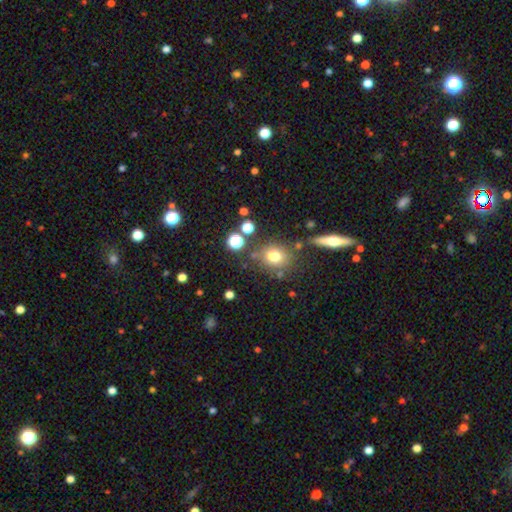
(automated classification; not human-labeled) Morphology: type=smooth (61%); roundness=round (72%); merging=none (77%).